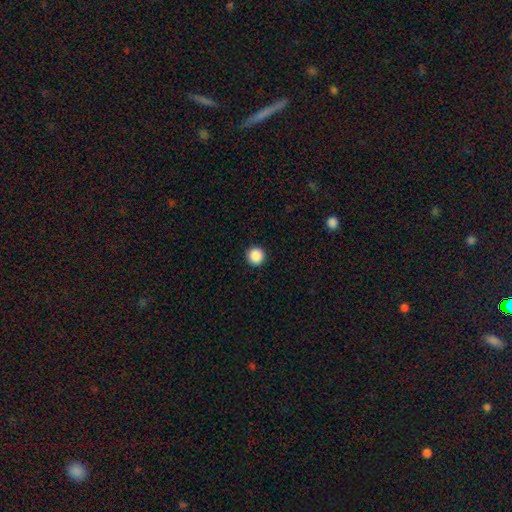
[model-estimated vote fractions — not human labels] A smooth galaxy with no disk features (89%) that is round (96%).

Vote fractions:
- Smooth or featured? smooth: 89% / star or artifact: 9% / featured or disk: 2%
- How rounded? round: 96% / in between: 3% / cigar-shaped: 1%
- Merging? none: 93% / minor disturbance: 4% / major disturbance: 2% / merger: 1%